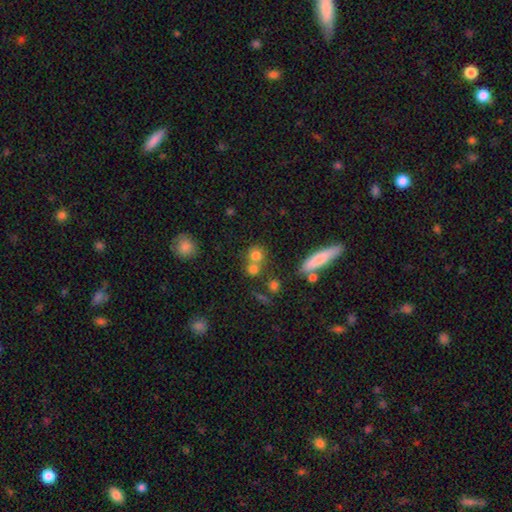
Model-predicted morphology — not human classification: Smooth or featured: smooth — 74% (star or artifact — 14%)
How rounded: round — 81% (in between — 15%)
Merging: none — 50% (merger — 37%)